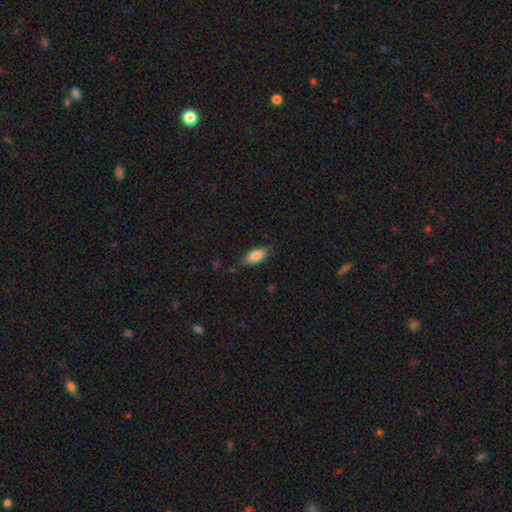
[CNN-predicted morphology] The model was most divided on "merging": none: 79%, minor disturbance: 16%, major disturbance: 3%, merger: 2%. More confident: how rounded — in between (85%); smooth or featured — smooth (83%).